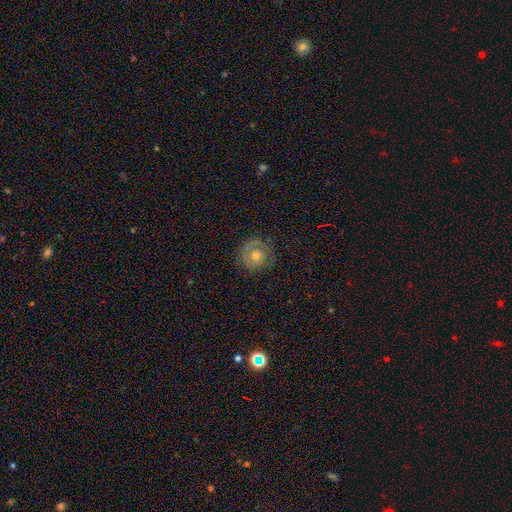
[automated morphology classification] type=featured or disk (50%); edge-on=no (96%); merging=none (81%).